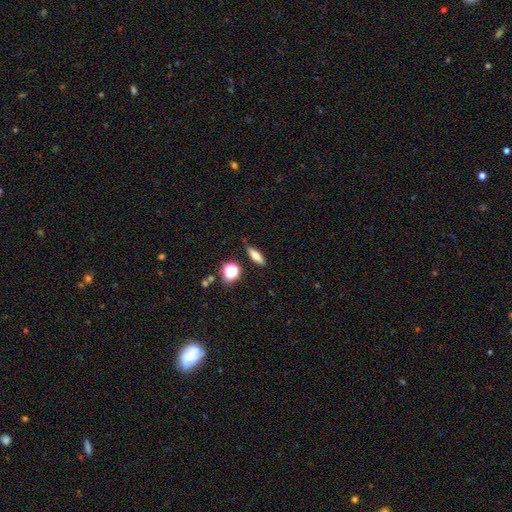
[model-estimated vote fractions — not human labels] Smooth or featured? smooth (69%)
How rounded? in between (51%)
Merging? none (84%)